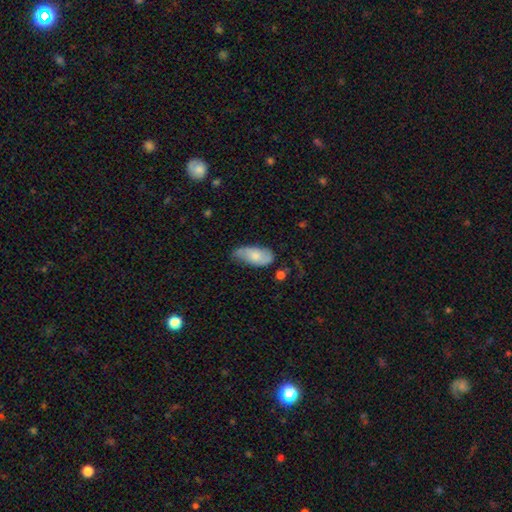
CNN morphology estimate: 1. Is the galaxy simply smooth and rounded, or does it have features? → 70% smooth, 24% featured or disk, 6% star or artifact.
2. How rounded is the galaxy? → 90% in between, 8% cigar-shaped, 3% round.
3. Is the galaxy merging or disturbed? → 49% none, 37% minor disturbance, 10% major disturbance, 4% merger.